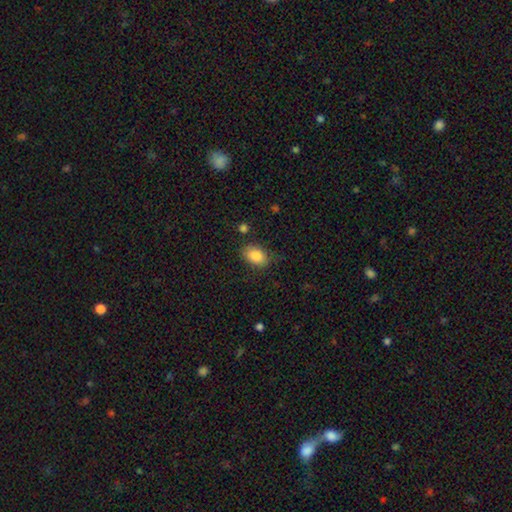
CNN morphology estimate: Q: Smooth or featured?
A: smooth (86%); runner-up: star or artifact (8%)
Q: How rounded?
A: in between (87%); runner-up: round (12%)
Q: Merging?
A: none (76%); runner-up: minor disturbance (17%)